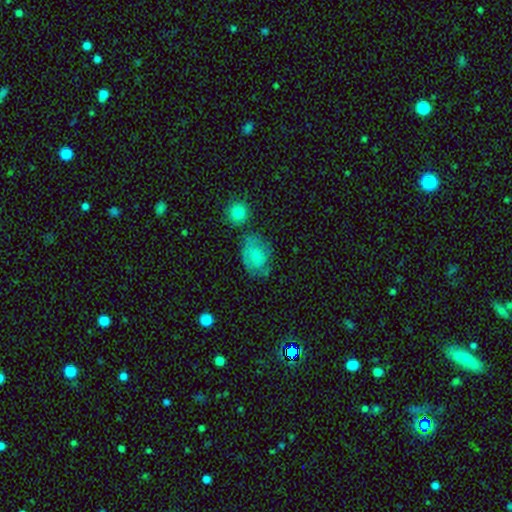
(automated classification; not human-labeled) A smooth galaxy with no disk features (64%) that is in between round and cigar-shaped (60%).

Vote fractions:
- Smooth or featured? smooth: 64% / featured or disk: 27% / star or artifact: 8%
- How rounded? in between: 60% / round: 39% / cigar-shaped: 1%
- Merging? none: 52% / minor disturbance: 28% / major disturbance: 12% / merger: 9%